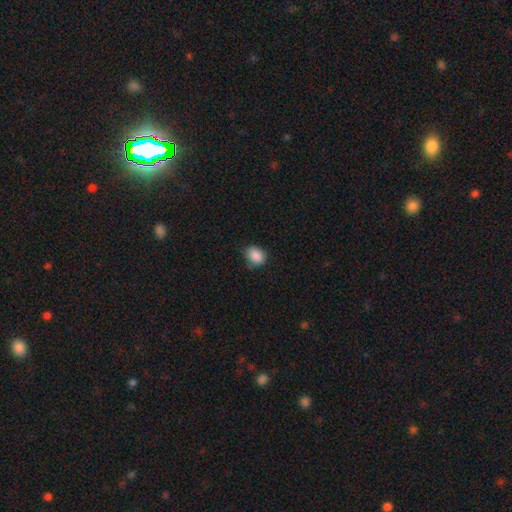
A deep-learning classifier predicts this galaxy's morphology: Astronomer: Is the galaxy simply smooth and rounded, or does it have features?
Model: smooth — 88%.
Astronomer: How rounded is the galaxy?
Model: in between — 53% (runner-up: round, 46%).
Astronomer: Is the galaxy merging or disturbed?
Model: none — 71%.